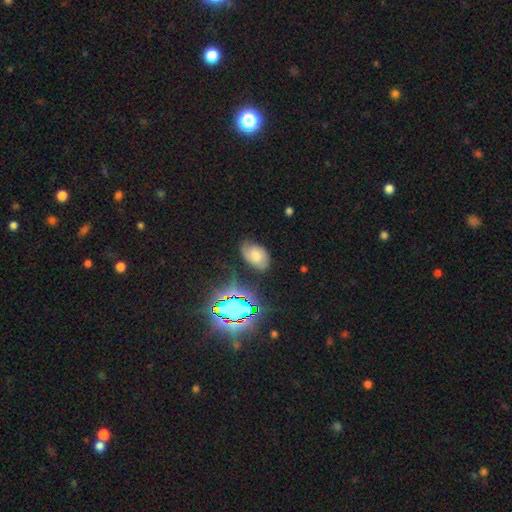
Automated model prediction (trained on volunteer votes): This appears to be a smooth galaxy with no disk features (43%). Merging: none (67%).